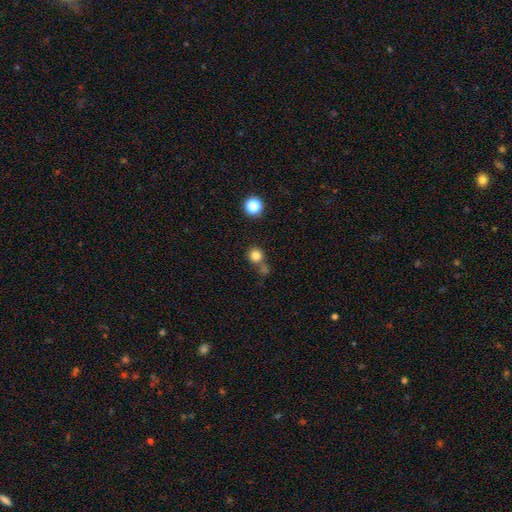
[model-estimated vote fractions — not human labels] Smooth or featured? Predicted: smooth (p=0.81). How rounded? Predicted: round (p=0.91). Merging? Predicted: none (p=0.64).